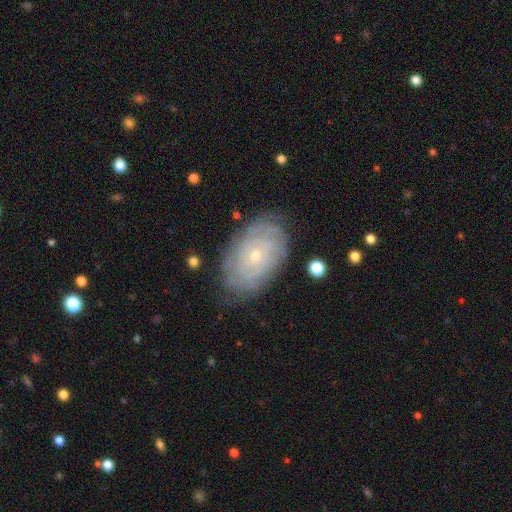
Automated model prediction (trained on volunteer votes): Q: Smooth or featured?
A: featured or disk (73%); runner-up: smooth (19%)
Q: Edge-on disk?
A: no (95%); runner-up: yes (5%)
Q: Bar?
A: no (79%); runner-up: weak (17%)
Q: Spiral arms?
A: yes (89%); runner-up: no (11%)
Q: Spiral winding?
A: tight (81%); runner-up: medium (14%)
Q: Spiral arm count?
A: can't tell (55%); runner-up: 4 (11%)
Q: Bulge size?
A: small (72%); runner-up: moderate (25%)
Q: Merging?
A: none (80%); runner-up: minor disturbance (15%)